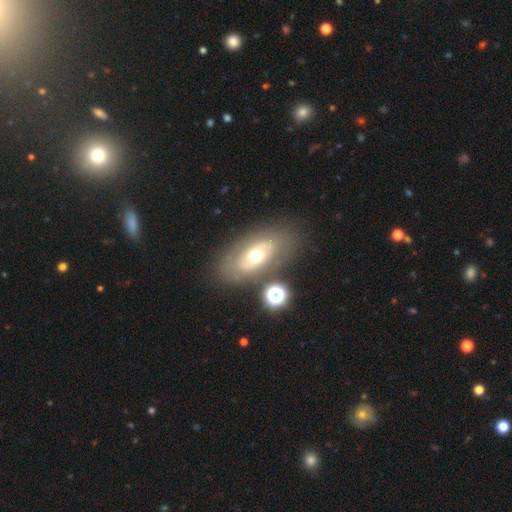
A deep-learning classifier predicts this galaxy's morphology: A featured or disk galaxy (52%). Merging: none (76%).